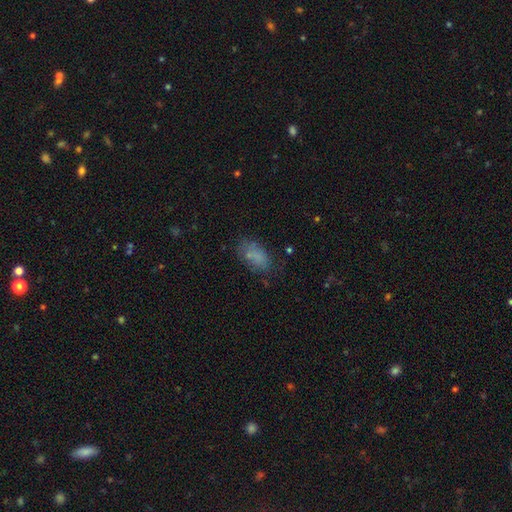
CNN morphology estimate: This appears to be a smooth galaxy with no disk features (75%) that is in between round and cigar-shaped (90%). Merging: none (63%).